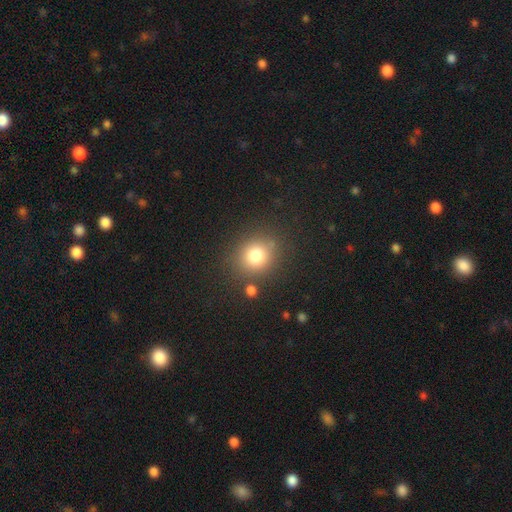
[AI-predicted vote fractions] A smooth galaxy with no disk features (78%) that is round (79%). Merging: none (80%).